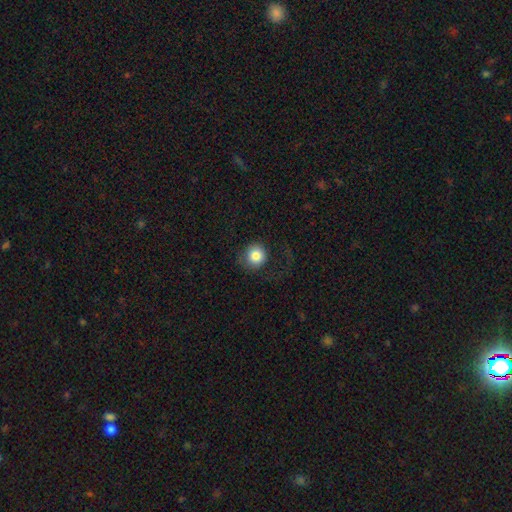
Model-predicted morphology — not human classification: smooth 80%, featured or disk 11%, star or artifact 9%. Down the decision tree: how rounded — round (92%); merging — none (64%).